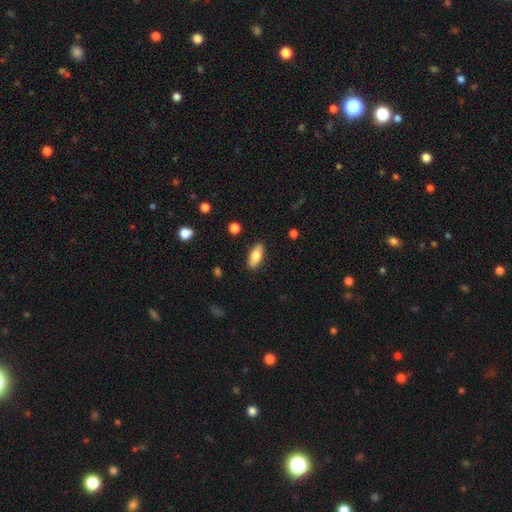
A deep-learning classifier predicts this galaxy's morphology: smooth_or_featured: smooth (p=0.74) [alt: featured or disk p=0.20]
how_rounded: in between (p=0.80) [alt: cigar-shaped p=0.17]
merging: none (p=0.88) [alt: minor disturbance p=0.08]